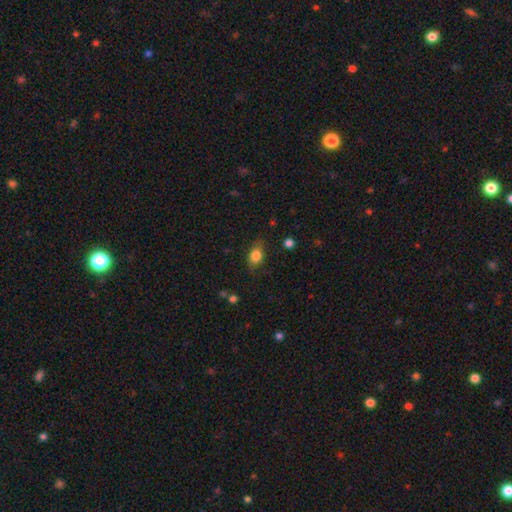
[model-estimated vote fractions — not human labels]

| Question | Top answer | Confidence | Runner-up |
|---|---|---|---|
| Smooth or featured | smooth | 81% | featured or disk (10%) |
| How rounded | in between | 72% | round (24%) |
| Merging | none | 74% | minor disturbance (20%) |